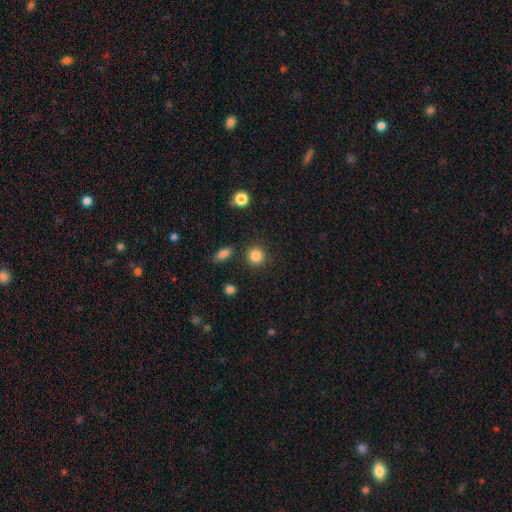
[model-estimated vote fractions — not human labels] Smooth or featured?
  - smooth: 85% *
  - star or artifact: 10%
  - featured or disk: 4%
How rounded?
  - round: 91% *
  - in between: 8%
  - cigar-shaped: 1%
Merging?
  - none: 86% *
  - minor disturbance: 8%
  - merger: 4%
  - major disturbance: 3%